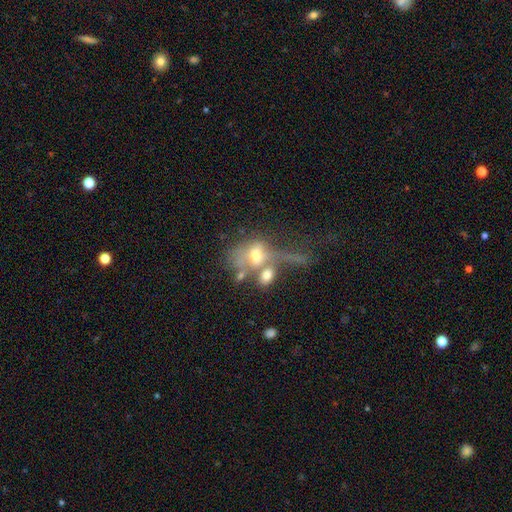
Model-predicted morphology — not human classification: A smooth galaxy with no disk features (50%) that is in between round and cigar-shaped (67%). Merging: merger (48%).